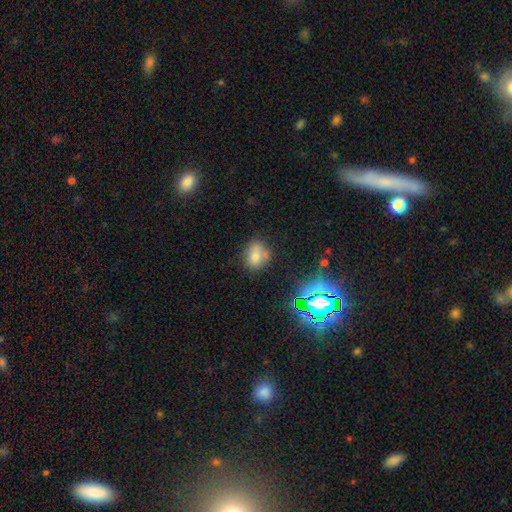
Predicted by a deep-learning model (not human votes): smooth_or_featured: smooth (p=0.64) [alt: star or artifact p=0.24]
how_rounded: in between (p=0.54) [alt: round p=0.44]
merging: none (p=0.66) [alt: minor disturbance p=0.18]